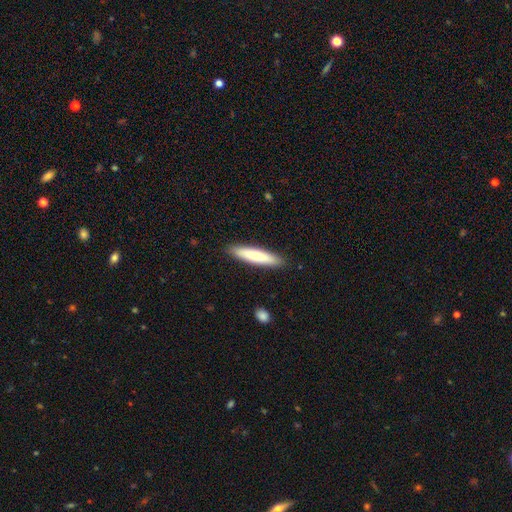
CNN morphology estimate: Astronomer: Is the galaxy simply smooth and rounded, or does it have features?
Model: smooth — 72%.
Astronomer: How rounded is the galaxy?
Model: cigar-shaped — 85%.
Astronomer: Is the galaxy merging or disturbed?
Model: none — 90%.